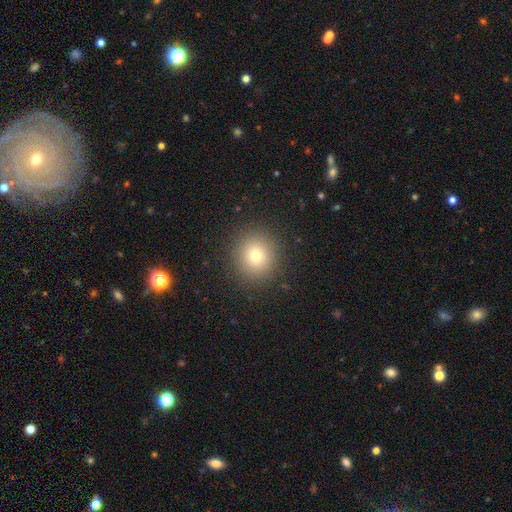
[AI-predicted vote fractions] Morphology: type=smooth (76%); roundness=round (89%); merging=none (90%).